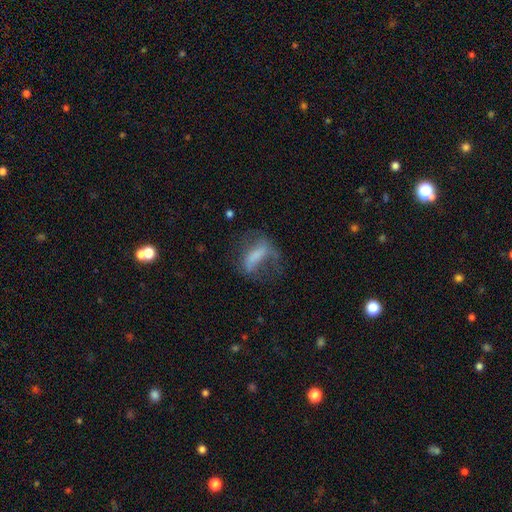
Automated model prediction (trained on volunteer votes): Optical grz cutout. It shows a smooth galaxy with no disk features (45%). Merging: major disturbance (44%).